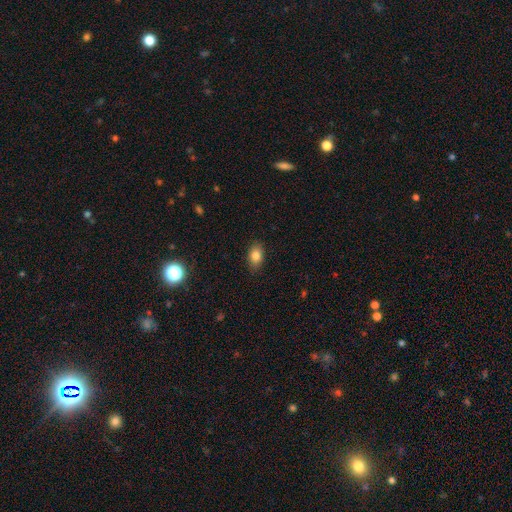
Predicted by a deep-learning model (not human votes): This appears to be a smooth galaxy with no disk features (83%) that is in between round and cigar-shaped (82%). Merging: none (85%).